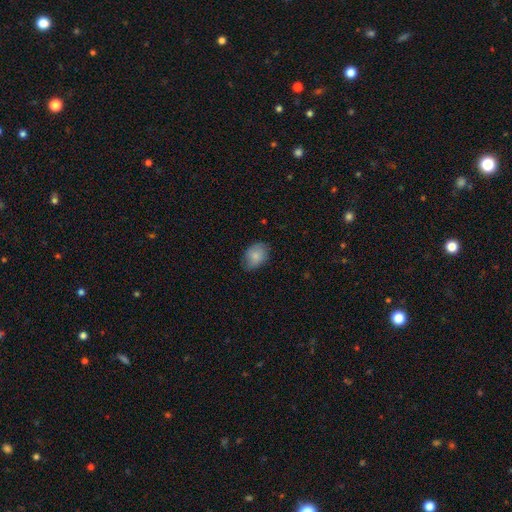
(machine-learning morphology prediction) smooth-or-featured: smooth: 83% | featured or disk: 10% | star or artifact: 7%
  how-rounded: in between: 77% | round: 22% | cigar-shaped: 1%
  merging: none: 76% | minor disturbance: 19% | major disturbance: 4% | merger: 1%